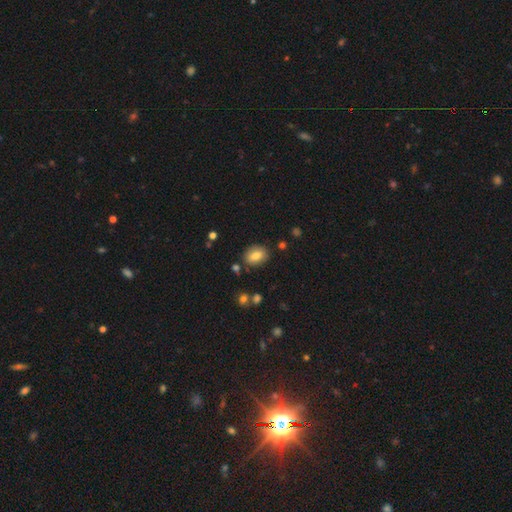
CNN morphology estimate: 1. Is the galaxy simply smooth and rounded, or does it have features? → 81% smooth, 10% featured or disk, 9% star or artifact.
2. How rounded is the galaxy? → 69% in between, 30% round, 1% cigar-shaped.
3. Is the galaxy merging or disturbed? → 82% none, 11% minor disturbance, 3% merger, 3% major disturbance.